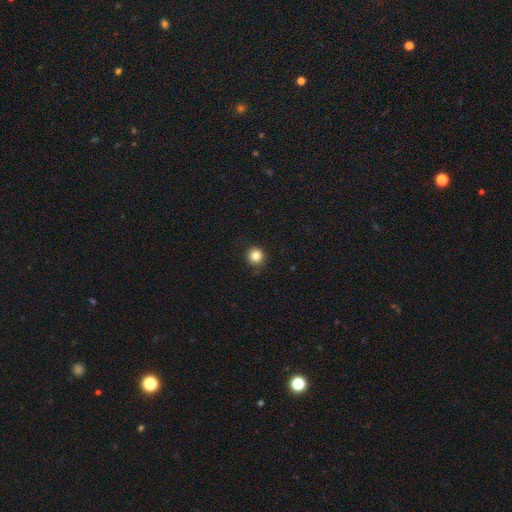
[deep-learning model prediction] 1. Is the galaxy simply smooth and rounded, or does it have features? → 84% smooth, 11% star or artifact, 5% featured or disk.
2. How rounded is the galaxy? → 93% round, 6% in between, 1% cigar-shaped.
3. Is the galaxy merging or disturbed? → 88% none, 9% minor disturbance, 2% major disturbance, 1% merger.